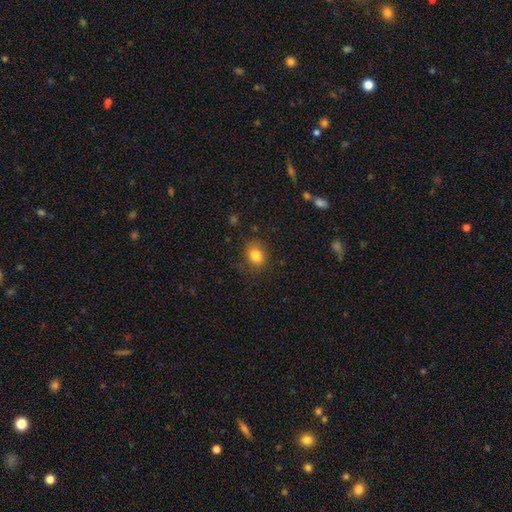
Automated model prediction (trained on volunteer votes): Overall: smooth (83%). How rounded: round (56%; in between 43%). Merging: none (79%).